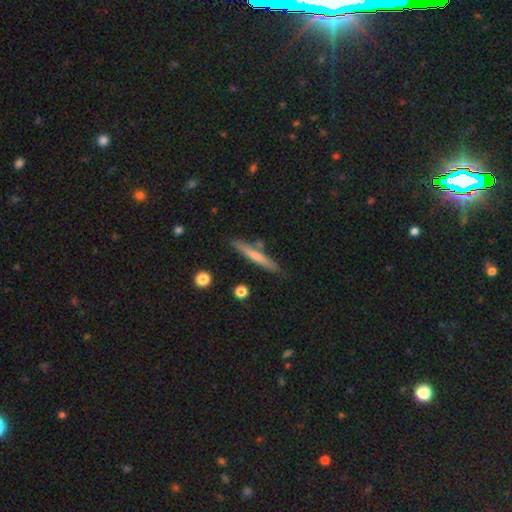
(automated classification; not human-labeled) Overall: smooth (50%; featured or disk 43%). How rounded: cigar-shaped (95%). Merging: none (84%).